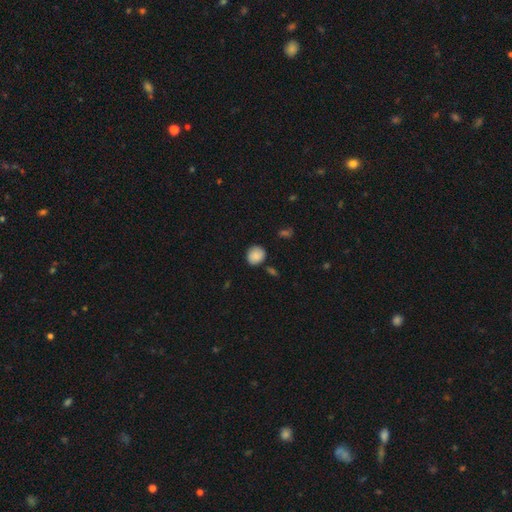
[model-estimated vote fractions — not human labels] This is clearly a smooth galaxy (87%). How rounded: likely round (78%). Merging: clearly none (80%).